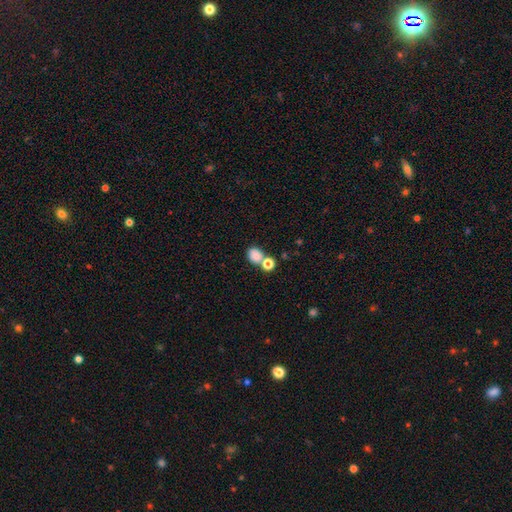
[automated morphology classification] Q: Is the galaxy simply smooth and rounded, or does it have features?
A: smooth — 83%.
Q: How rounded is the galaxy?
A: round — 54%.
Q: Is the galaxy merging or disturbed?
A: none — 46%.